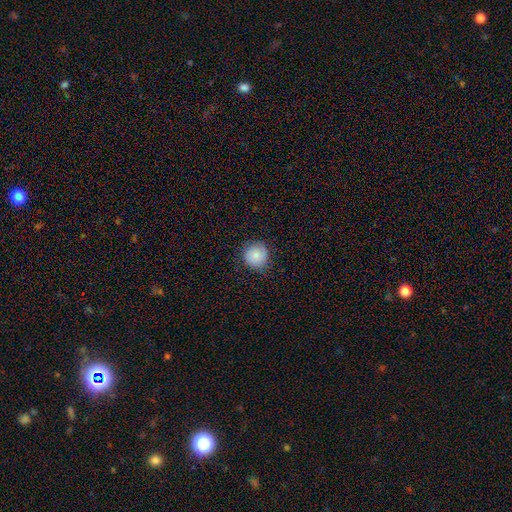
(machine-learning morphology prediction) Q: Smooth or featured?
A: smooth (82%); runner-up: featured or disk (10%)
Q: How rounded?
A: round (92%); runner-up: in between (7%)
Q: Merging?
A: none (80%); runner-up: minor disturbance (15%)